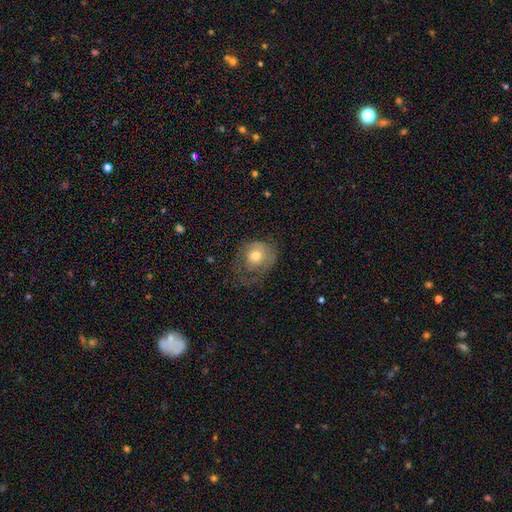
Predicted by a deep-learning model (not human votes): The model was most divided on "merging" (2-way tie): none: 37%, major disturbance: 37%, minor disturbance: 24%, merger: 2%. More confident: how rounded — round (68%); smooth or featured — smooth (58%).